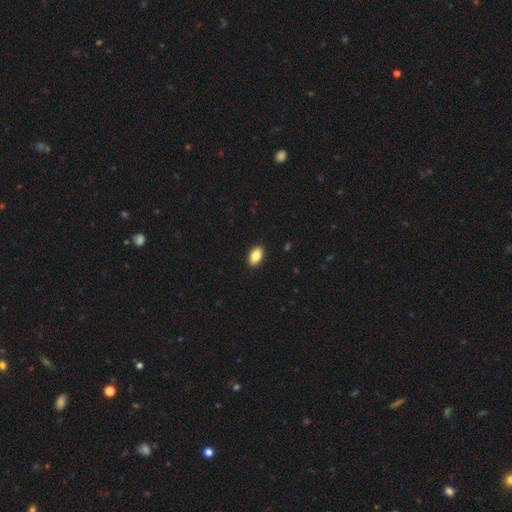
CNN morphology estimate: smooth 86%, star or artifact 7%, featured or disk 7%. Down the decision tree: how rounded — in between (93%); merging — none (91%).